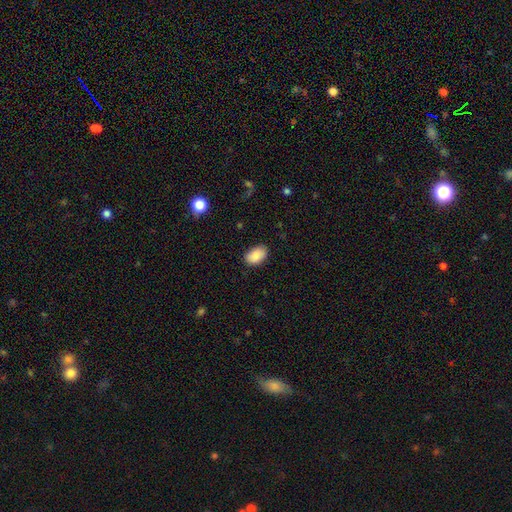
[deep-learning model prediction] smooth 89%, star or artifact 7%, featured or disk 5%. Down the decision tree: how rounded — in between (91%); merging — none (83%).